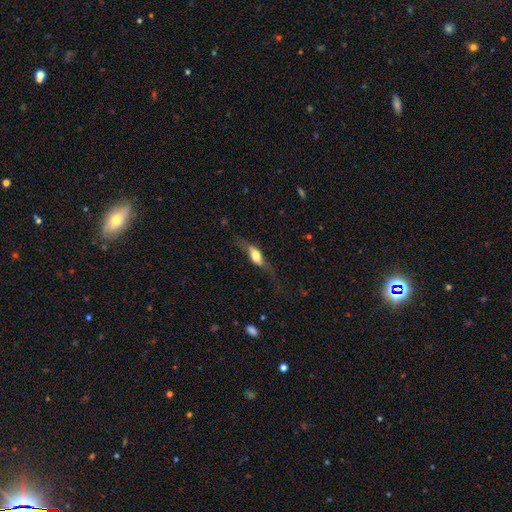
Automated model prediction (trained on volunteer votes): smooth_or_featured: smooth (p=0.47) [alt: featured or disk p=0.46]
merging: none (p=0.47) [alt: major disturbance p=0.27]